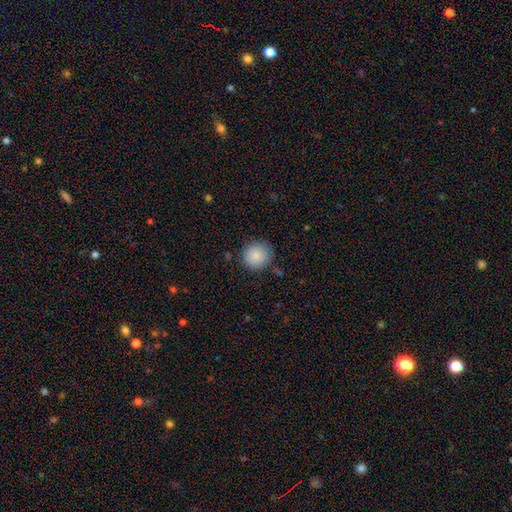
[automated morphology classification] Smooth or featured? smooth (87%)
How rounded? round (90%)
Merging? none (84%)